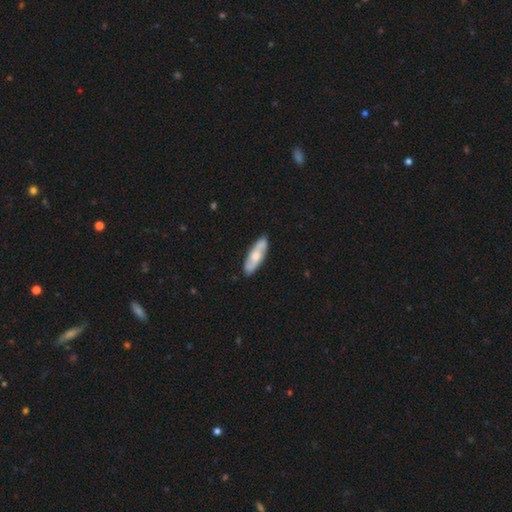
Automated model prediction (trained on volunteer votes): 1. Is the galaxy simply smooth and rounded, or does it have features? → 48% smooth, 47% featured or disk, 5% star or artifact.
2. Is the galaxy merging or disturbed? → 88% none, 9% minor disturbance, 2% major disturbance, 1% merger.